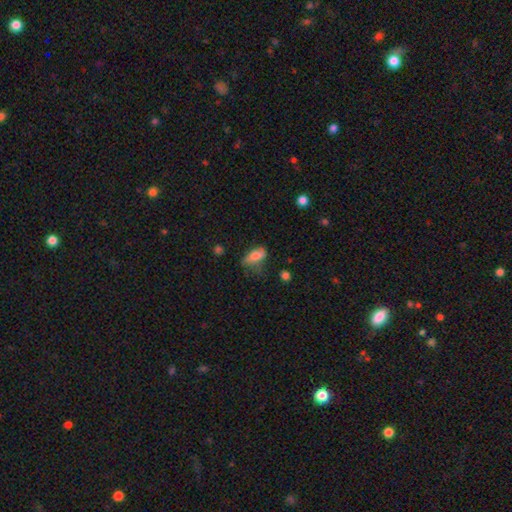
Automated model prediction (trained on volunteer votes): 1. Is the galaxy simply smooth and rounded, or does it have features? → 76% smooth, 15% featured or disk, 10% star or artifact.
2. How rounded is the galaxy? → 85% in between, 10% cigar-shaped, 5% round.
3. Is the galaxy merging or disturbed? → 35% none (tied), 35% minor disturbance (tied), 26% major disturbance, 4% merger.